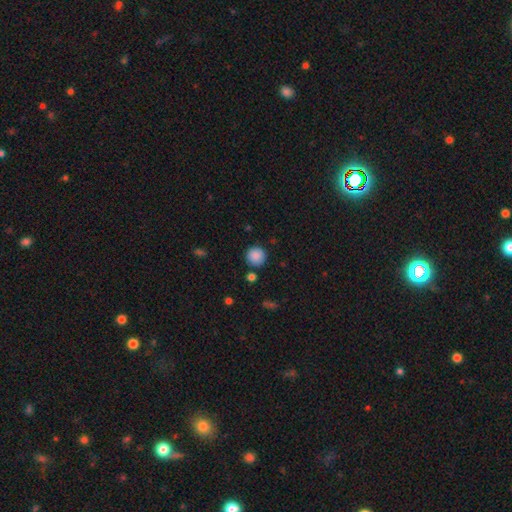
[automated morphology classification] smooth 87%, star or artifact 9%, featured or disk 4%. Down the decision tree: how rounded — round (95%); merging — none (87%).